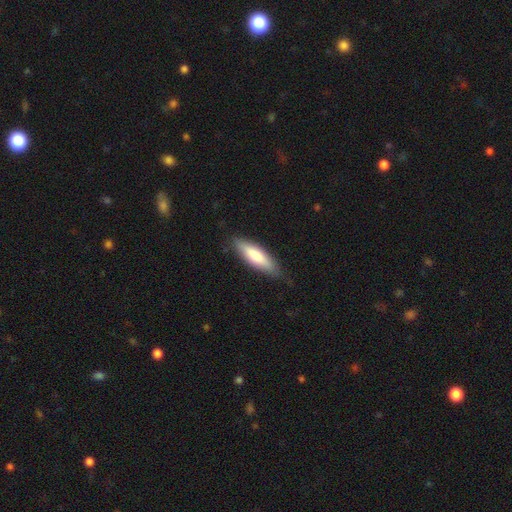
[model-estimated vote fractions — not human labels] smooth_or_featured: smooth (p=0.74) [alt: featured or disk p=0.20]
how_rounded: cigar-shaped (p=0.56) [alt: in between p=0.42]
merging: none (p=0.81) [alt: minor disturbance p=0.15]